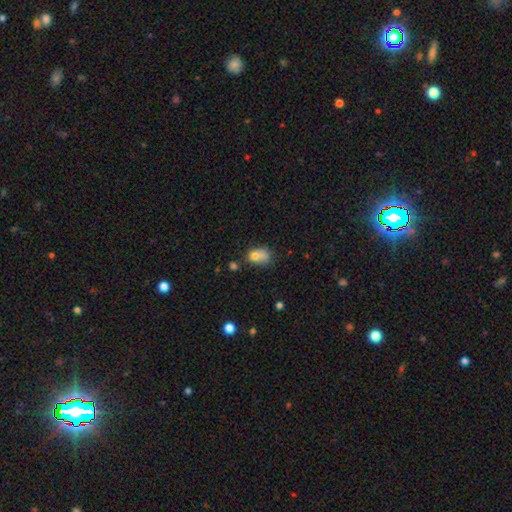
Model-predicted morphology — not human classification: This is likely a smooth galaxy (74%). How rounded: likely in between (70%). Merging: marginally none (32%).